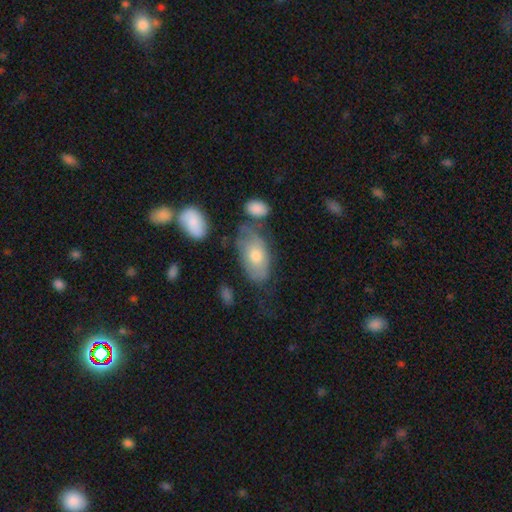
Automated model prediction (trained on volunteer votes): This is likely a smooth galaxy (64%). How rounded: clearly in between (93%). Merging: possibly none (48%).